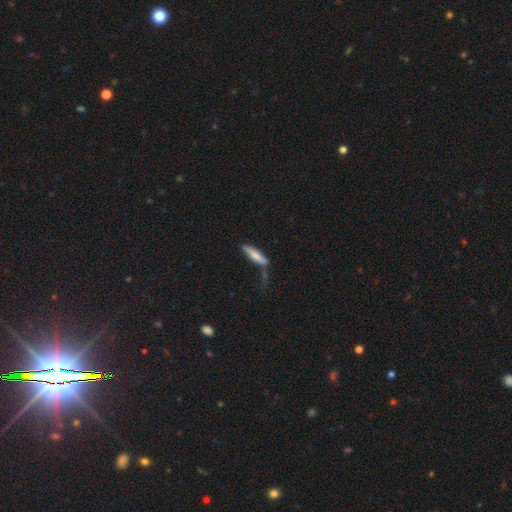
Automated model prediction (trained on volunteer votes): Overall: smooth (74%). How rounded: cigar-shaped (79%). Merging: none (54%; minor disturbance 24%).